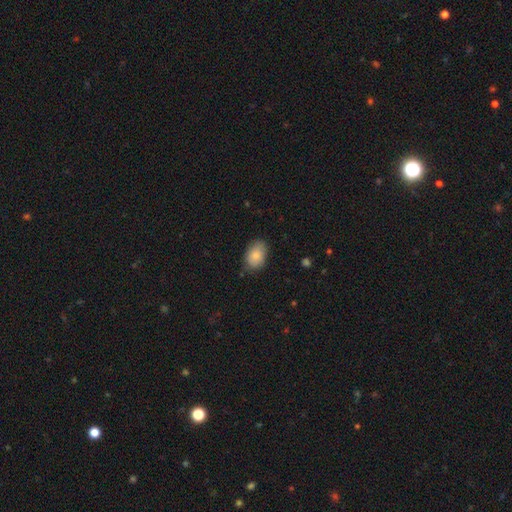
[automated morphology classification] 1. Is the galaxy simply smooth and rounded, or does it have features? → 84% smooth, 9% featured or disk, 7% star or artifact.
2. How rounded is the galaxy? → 82% in between, 16% round, 1% cigar-shaped.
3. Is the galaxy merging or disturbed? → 74% none, 21% minor disturbance, 3% major disturbance, 1% merger.